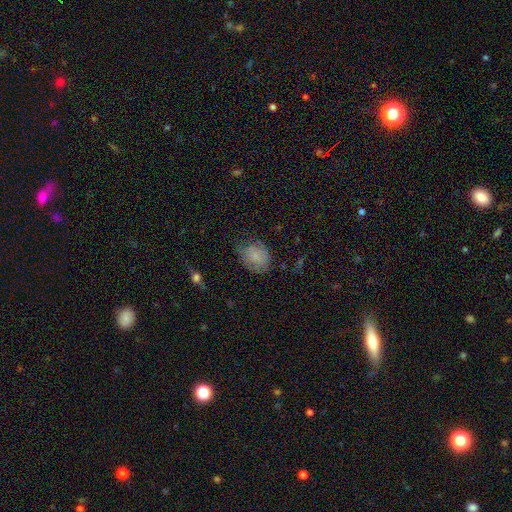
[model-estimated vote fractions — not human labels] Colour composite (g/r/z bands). It shows a smooth galaxy with no disk features (76%) that is round (55%). Merging: none (59%).